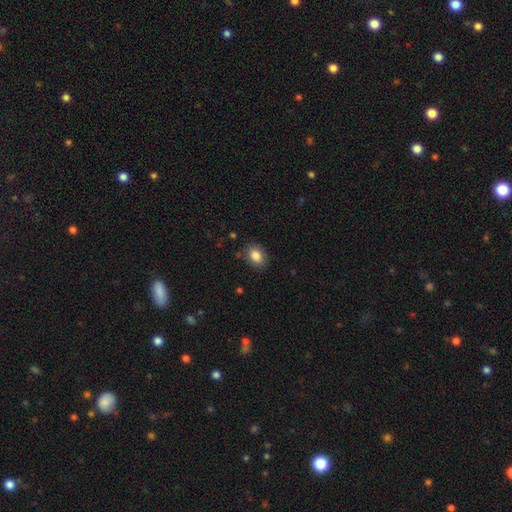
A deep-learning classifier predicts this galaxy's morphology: smooth_or_featured: smooth (p=0.86) [alt: star or artifact p=0.08]
how_rounded: in between (p=0.78) [alt: round p=0.21]
merging: none (p=0.85) [alt: minor disturbance p=0.11]